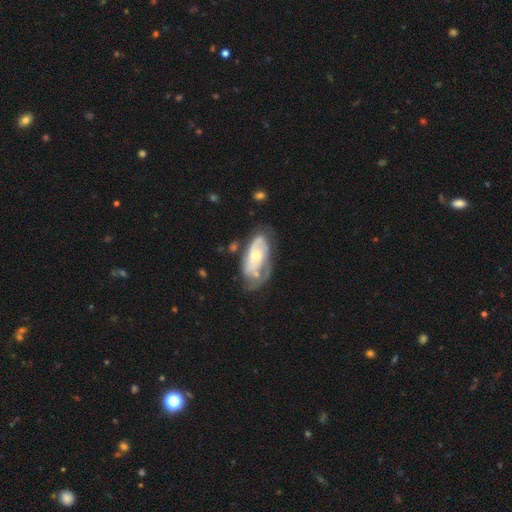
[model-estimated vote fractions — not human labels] Q: Smooth or featured?
A: featured or disk (70%); runner-up: smooth (25%)
Q: Edge-on disk?
A: no (93%); runner-up: yes (7%)
Q: Bar?
A: no (72%); runner-up: weak (23%)
Q: Spiral arms?
A: yes (78%); runner-up: no (22%)
Q: Spiral winding?
A: tight (46%); runner-up: medium (36%)
Q: Spiral arm count?
A: 2 (42%); runner-up: can't tell (33%)
Q: Bulge size?
A: moderate (50%); runner-up: small (44%)
Q: Merging?
A: none (43%); runner-up: minor disturbance (27%)